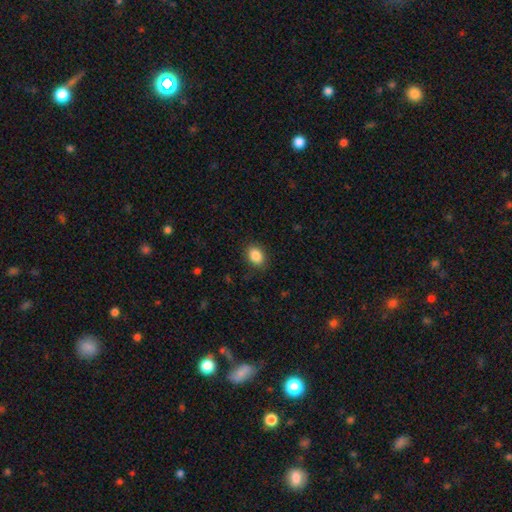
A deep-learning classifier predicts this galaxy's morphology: This appears to be a smooth galaxy with no disk features (87%) that is in between round and cigar-shaped (76%). Merging: none (87%).